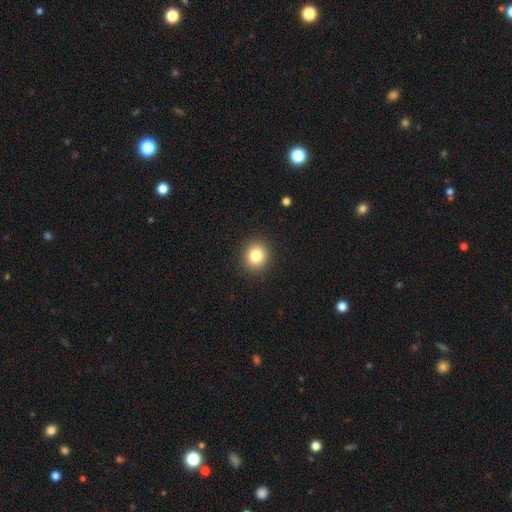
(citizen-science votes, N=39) smooth 87%, star or artifact 10%, featured or disk 3%. Down the decision tree: how rounded — round (82%); merging — none (97%).